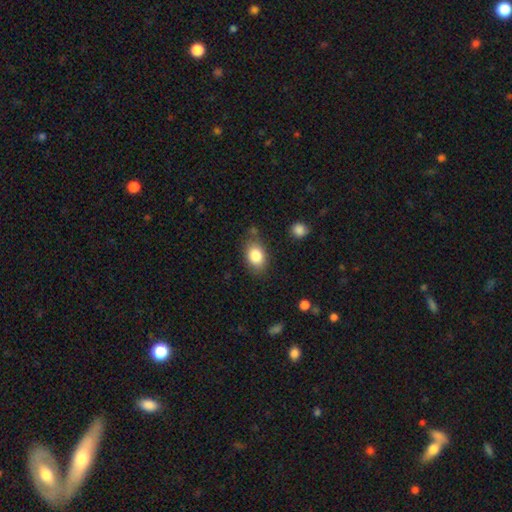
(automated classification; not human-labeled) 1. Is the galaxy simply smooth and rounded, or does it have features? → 84% smooth, 9% featured or disk, 8% star or artifact.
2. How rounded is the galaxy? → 81% in between, 18% round, 1% cigar-shaped.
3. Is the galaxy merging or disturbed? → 75% none, 17% minor disturbance, 4% major disturbance, 4% merger.